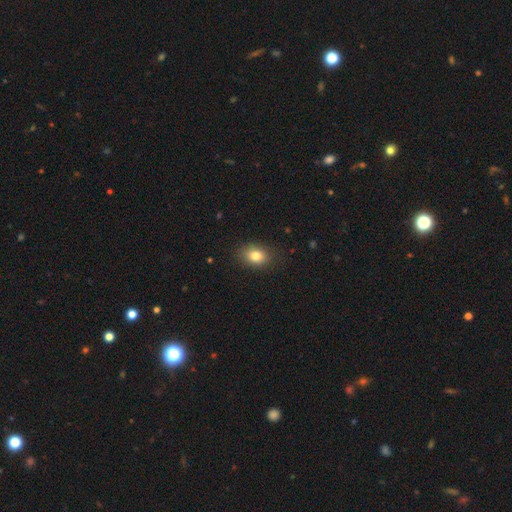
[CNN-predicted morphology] Smooth or featured? Predicted: smooth (p=0.81). How rounded? Predicted: in between (p=0.66). Merging? Predicted: none (p=0.85).